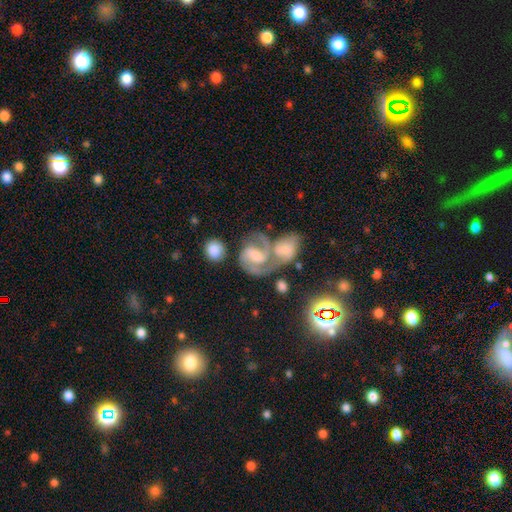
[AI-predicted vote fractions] smooth-or-featured: featured or disk: 80% | smooth: 13% | star or artifact: 6%
  disk-edge-on: no: 98% | yes: 2%
    bar: weak: 48% | no: 27% | strong: 25%
    has-spiral-arms: yes: 94% | no: 6%
      spiral-winding: medium: 54% | tight: 31% | loose: 16%
      spiral-arm-count: 2: 76% | can't tell: 7% | 1: 7% | 3: 6% | 4: 2% | more than 4: 2%
    bulge-size: moderate: 48% | small: 38% | large: 7% | none: 6% | dominant: 2%
  merging: merger: 53% | none: 25% | major disturbance: 11% | minor disturbance: 11%